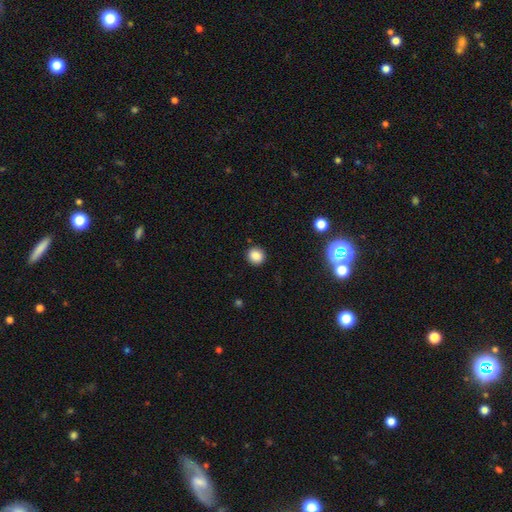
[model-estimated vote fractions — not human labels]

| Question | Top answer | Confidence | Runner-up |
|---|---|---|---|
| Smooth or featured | smooth | 86% | star or artifact (10%) |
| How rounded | round | 90% | in between (9%) |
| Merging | none | 91% | minor disturbance (6%) |